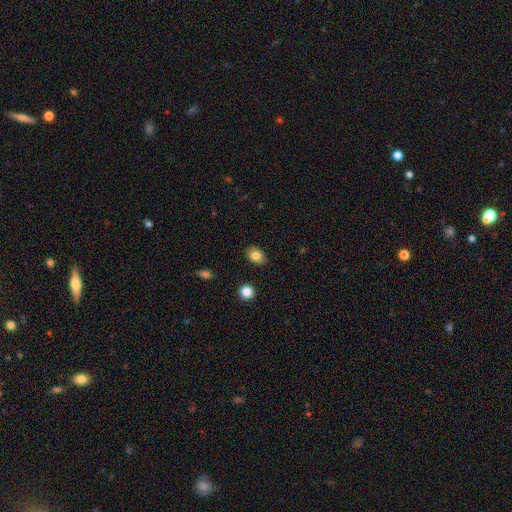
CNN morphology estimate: Smooth or featured? smooth (82%)
How rounded? in between (75%)
Merging? none (88%)